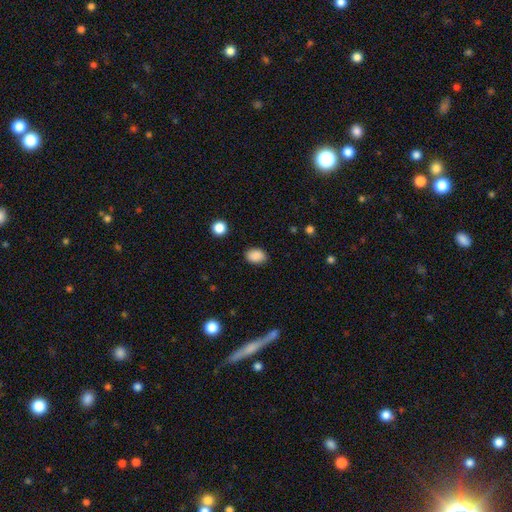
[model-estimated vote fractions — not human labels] A smooth galaxy with no disk features (88%) that is in between round and cigar-shaped (73%). Merging: none (84%).